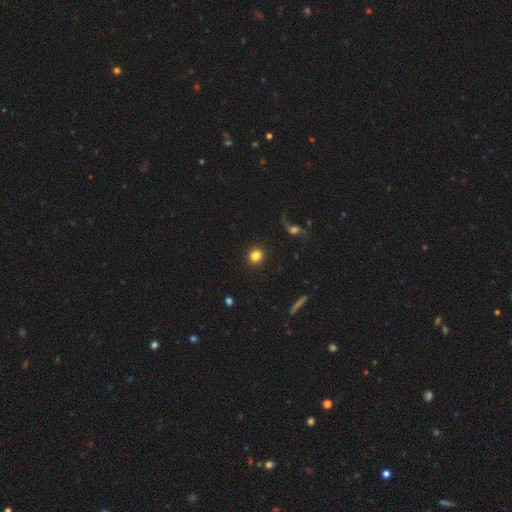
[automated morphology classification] Smooth or featured: smooth — 83% (star or artifact — 10%)
How rounded: round — 90% (in between — 9%)
Merging: none — 92% (minor disturbance — 5%)